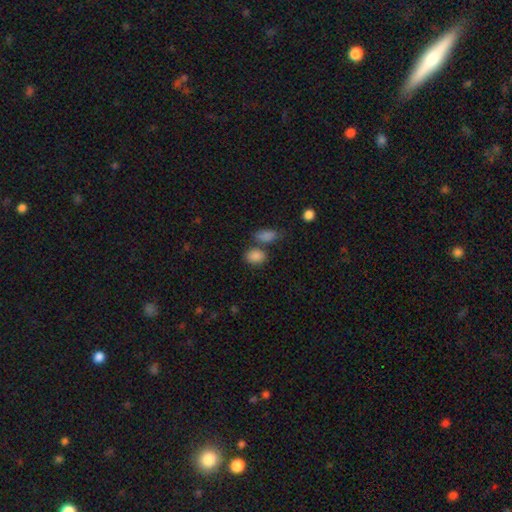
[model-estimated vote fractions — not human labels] This is clearly a smooth galaxy (86%). How rounded: likely in between (73%). Merging: possibly none (59%).